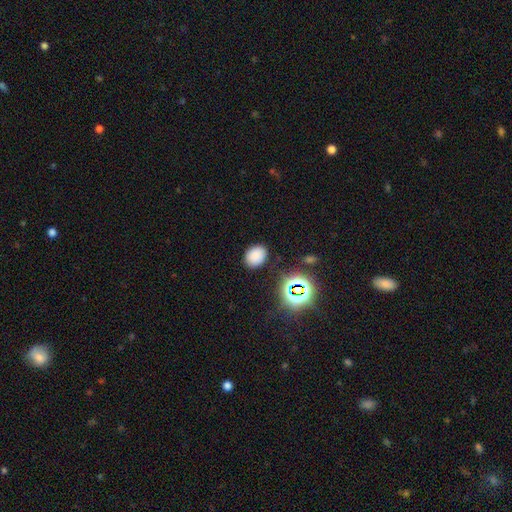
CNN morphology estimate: Smooth or featured? Predicted: smooth (p=0.78). How rounded? Predicted: in between (p=0.64). Merging? Predicted: none (p=0.85).